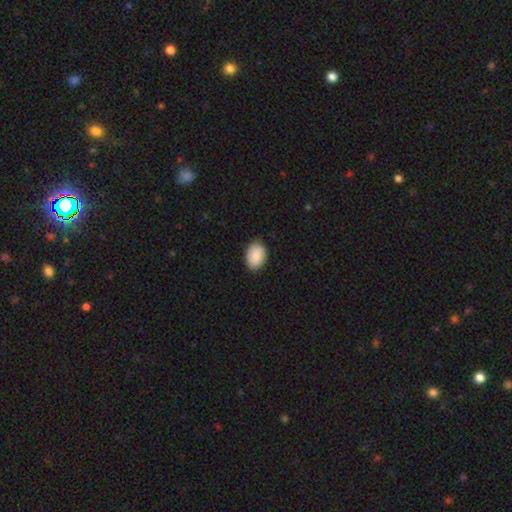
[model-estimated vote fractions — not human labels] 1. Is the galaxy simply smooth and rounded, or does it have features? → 90% smooth, 6% star or artifact, 4% featured or disk.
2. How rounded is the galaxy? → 84% in between, 15% round, 1% cigar-shaped.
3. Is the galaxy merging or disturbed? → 86% none, 11% minor disturbance, 2% major disturbance, 1% merger.